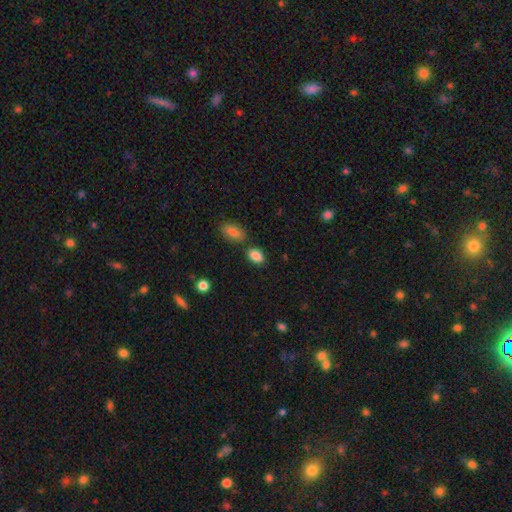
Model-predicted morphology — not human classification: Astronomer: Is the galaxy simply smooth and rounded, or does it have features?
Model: smooth — 87%.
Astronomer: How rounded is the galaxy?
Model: in between — 84%.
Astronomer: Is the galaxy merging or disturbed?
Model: none — 76%.